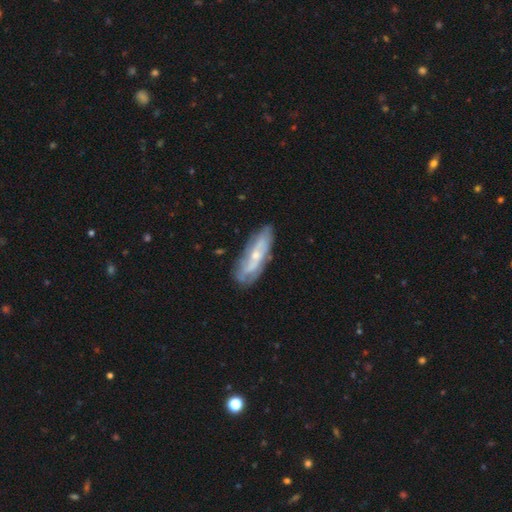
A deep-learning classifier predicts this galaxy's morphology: This is likely a featured or disk galaxy (62%). It is likely not viewed edge-on (74%). Merging: likely none (74%).